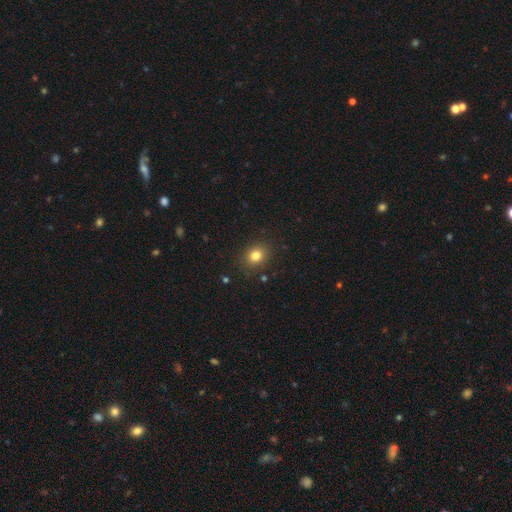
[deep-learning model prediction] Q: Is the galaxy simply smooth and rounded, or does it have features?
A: smooth — 80%.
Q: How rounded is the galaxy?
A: round — 58%.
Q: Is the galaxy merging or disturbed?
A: none — 87%.